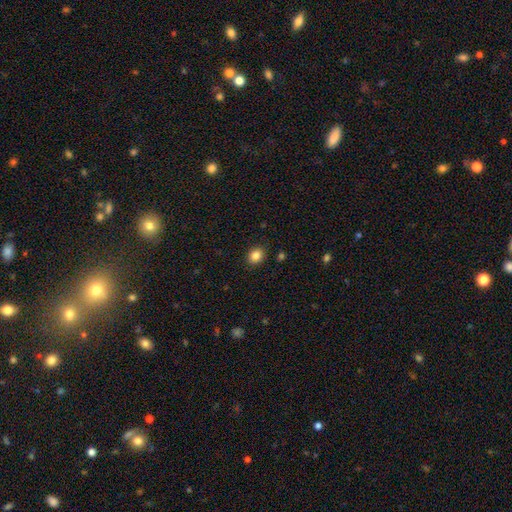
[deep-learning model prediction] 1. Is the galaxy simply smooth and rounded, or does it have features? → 85% smooth, 10% star or artifact, 5% featured or disk.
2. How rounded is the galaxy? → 59% round, 40% in between, 1% cigar-shaped.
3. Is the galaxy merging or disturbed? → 90% none, 7% minor disturbance, 2% major disturbance, 1% merger.